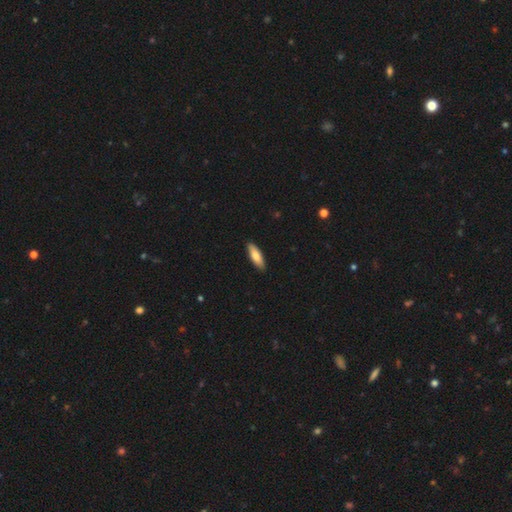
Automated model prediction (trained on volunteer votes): Overall: smooth (78%). How rounded: cigar-shaped (50%; in between 49%). Merging: none (90%).